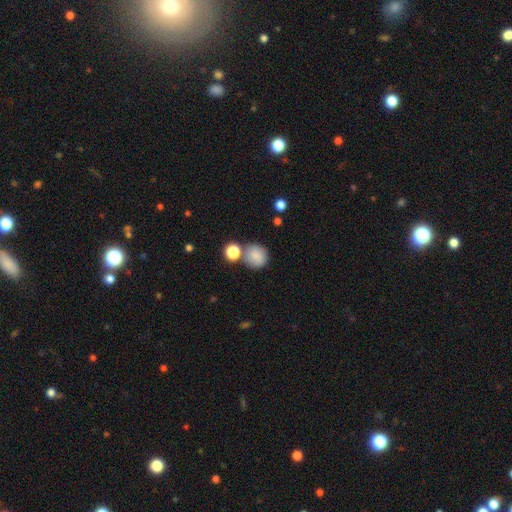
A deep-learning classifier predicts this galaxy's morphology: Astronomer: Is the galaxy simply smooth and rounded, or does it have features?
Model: smooth — 83%.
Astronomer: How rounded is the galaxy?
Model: round — 85%.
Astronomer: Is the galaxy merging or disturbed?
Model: none — 66%.